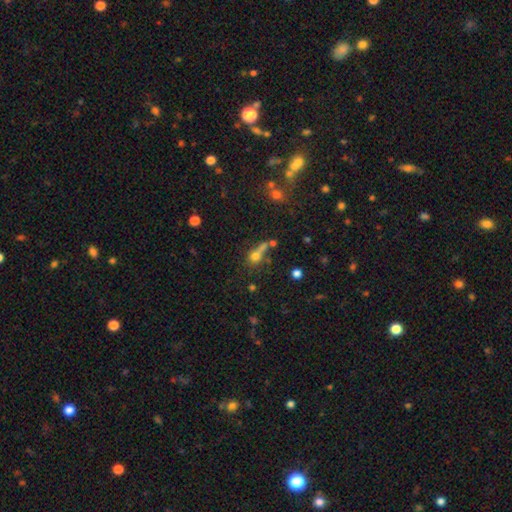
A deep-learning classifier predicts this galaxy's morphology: Smooth or featured: smooth — 65% (star or artifact — 19%)
How rounded: round — 58% (in between — 30%)
Merging: none — 41% (merger — 30%)